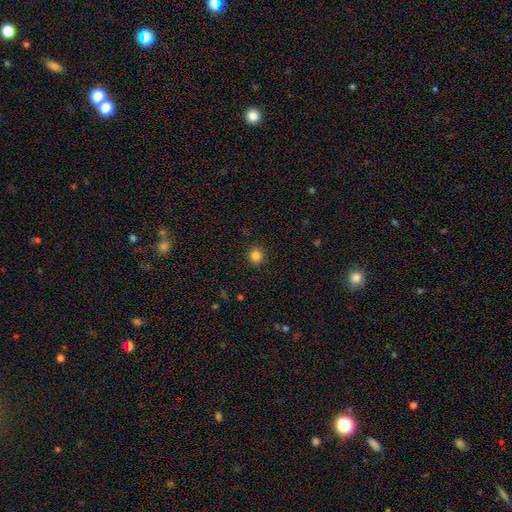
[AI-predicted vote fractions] smooth-or-featured: smooth: 84% | star or artifact: 12% | featured or disk: 4%
  how-rounded: round: 93% | in between: 6% | cigar-shaped: 1%
  merging: none: 92% | minor disturbance: 5% | major disturbance: 2% | merger: 1%